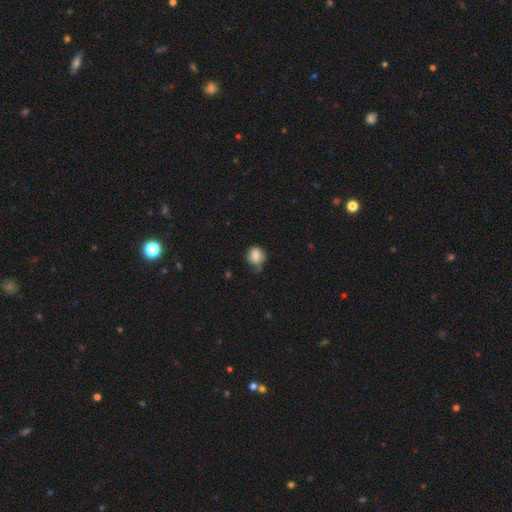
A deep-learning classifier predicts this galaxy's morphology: The model was most divided on "merging": none: 57%, minor disturbance: 31%, major disturbance: 9%, merger: 3%. More confident: smooth or featured — smooth (82%); how rounded — round (80%).